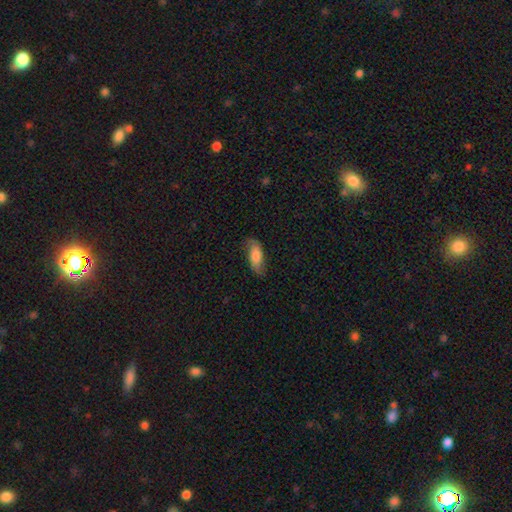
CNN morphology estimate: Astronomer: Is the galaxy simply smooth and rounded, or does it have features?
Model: smooth — 65%.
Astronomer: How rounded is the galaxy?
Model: in between — 77%.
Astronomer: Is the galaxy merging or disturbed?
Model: none — 68%.